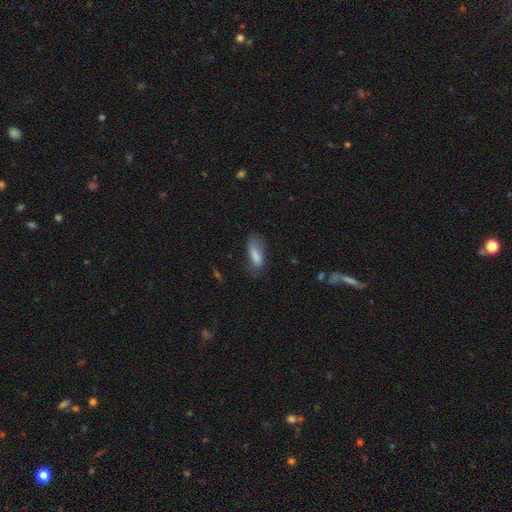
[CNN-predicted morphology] This is likely a smooth galaxy (75%). How rounded: likely in between (72%). Merging: possibly none (51%).